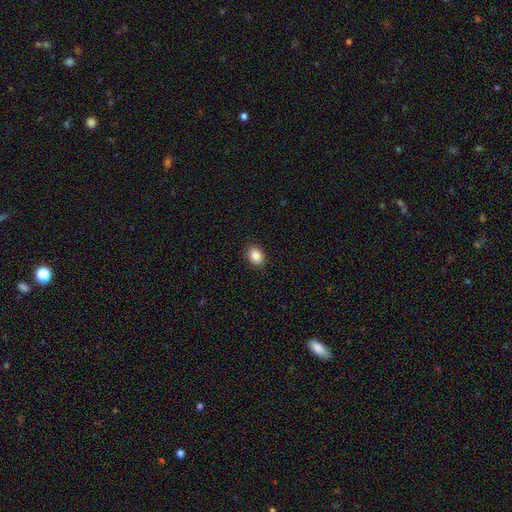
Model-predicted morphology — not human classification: A smooth galaxy with no disk features (89%) that is in between round and cigar-shaped (71%).

Vote fractions:
- Smooth or featured? smooth: 89% / star or artifact: 8% / featured or disk: 3%
- How rounded? in between: 71% / round: 28% / cigar-shaped: 1%
- Merging? none: 89% / minor disturbance: 7% / major disturbance: 2% / merger: 1%